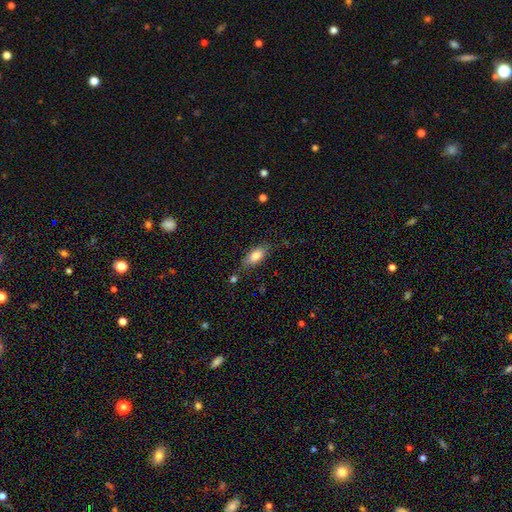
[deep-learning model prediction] smooth 80%, featured or disk 13%, star or artifact 7%. Down the decision tree: how rounded — in between (85%); merging — none (73%).